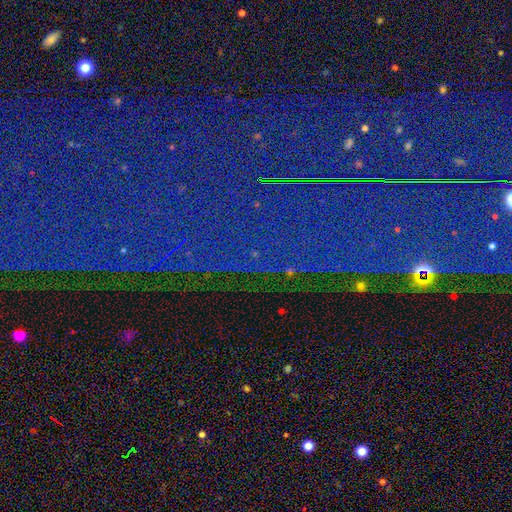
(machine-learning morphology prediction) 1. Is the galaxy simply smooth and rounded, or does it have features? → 87% star or artifact, 7% featured or disk, 7% smooth.